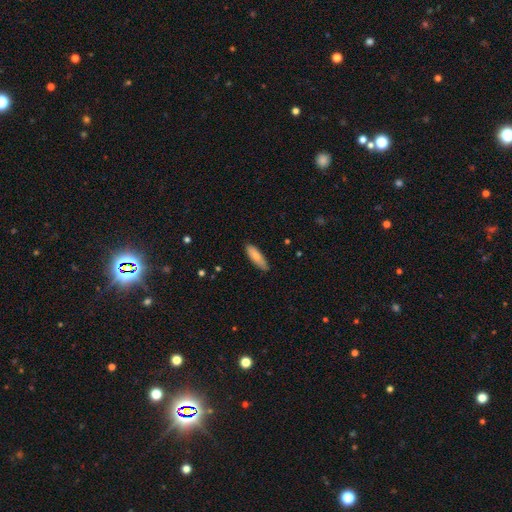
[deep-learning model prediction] Smooth or featured: smooth — 84% (featured or disk — 11%)
How rounded: cigar-shaped — 55% (in between — 44%)
Merging: none — 82% (minor disturbance — 15%)